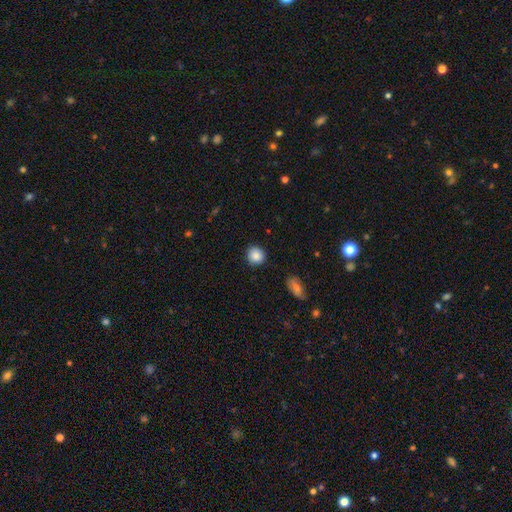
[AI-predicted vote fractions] smooth-or-featured: smooth: 88% | star or artifact: 8% | featured or disk: 4%
  how-rounded: round: 89% | in between: 10% | cigar-shaped: 1%
  merging: none: 90% | minor disturbance: 7% | major disturbance: 2% | merger: 2%